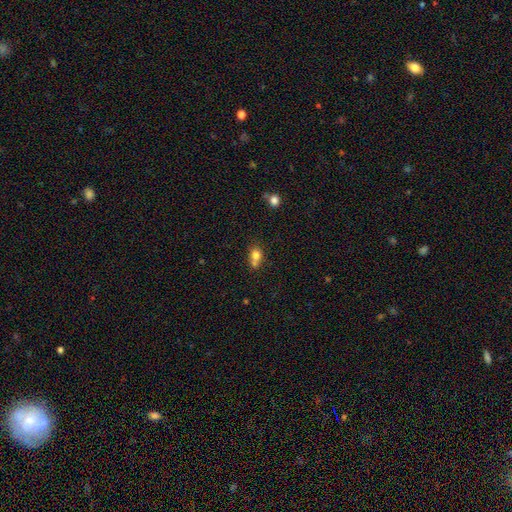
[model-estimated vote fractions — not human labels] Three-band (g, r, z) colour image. It shows a smooth galaxy with no disk features (77%) that is round (51%). Merging: merger (45%).